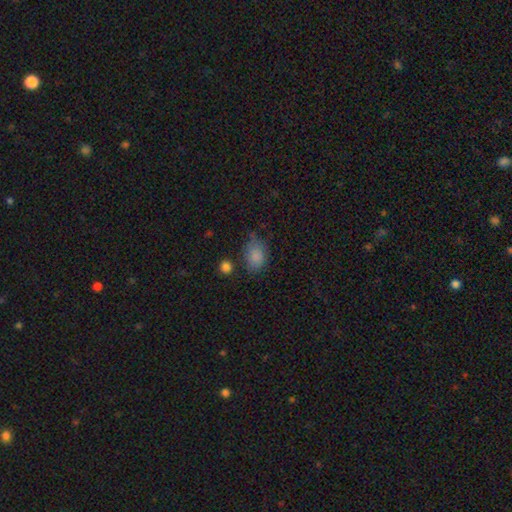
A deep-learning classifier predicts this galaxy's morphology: Smooth or featured?
  - smooth: 84% *
  - star or artifact: 10%
  - featured or disk: 6%
How rounded?
  - in between: 76% *
  - round: 23%
  - cigar-shaped: 1%
Merging?
  - none: 62% *
  - minor disturbance: 26%
  - major disturbance: 8%
  - merger: 5%